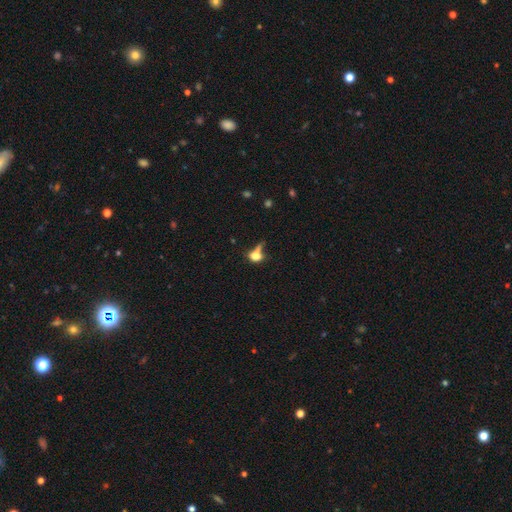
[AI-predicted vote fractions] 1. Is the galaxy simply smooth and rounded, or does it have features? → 65% smooth, 21% featured or disk, 14% star or artifact.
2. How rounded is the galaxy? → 49% in between, 42% round, 9% cigar-shaped.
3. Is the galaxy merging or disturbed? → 31% major disturbance, 27% none, 24% merger, 18% minor disturbance.